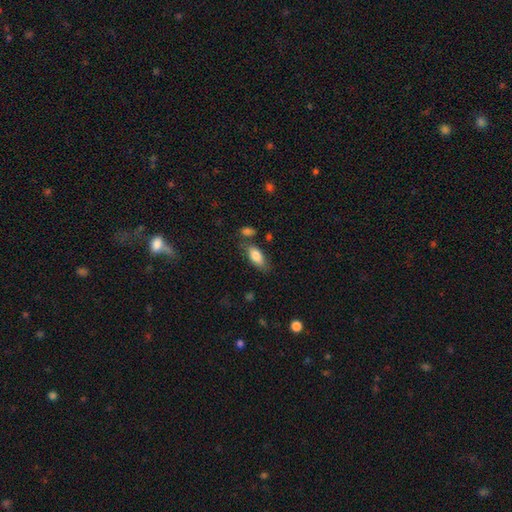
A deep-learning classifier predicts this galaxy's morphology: Smooth or featured?
  - smooth: 81% *
  - featured or disk: 12%
  - star or artifact: 7%
How rounded?
  - in between: 84% *
  - cigar-shaped: 13%
  - round: 2%
Merging?
  - none: 68% *
  - minor disturbance: 18%
  - merger: 9%
  - major disturbance: 5%